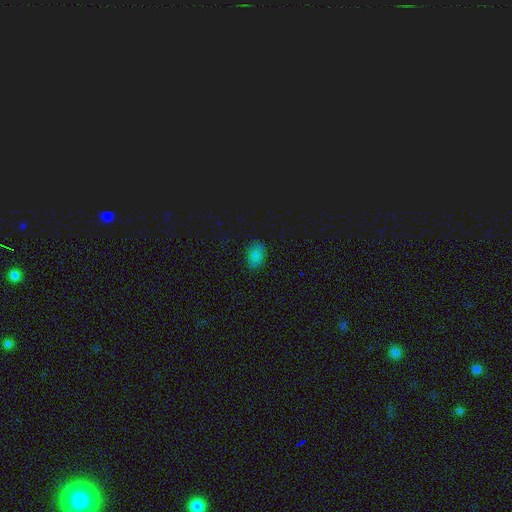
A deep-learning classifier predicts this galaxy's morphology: This appears to be a smooth galaxy with no disk features (80%) that is in between round and cigar-shaped (84%). Merging: none (84%).